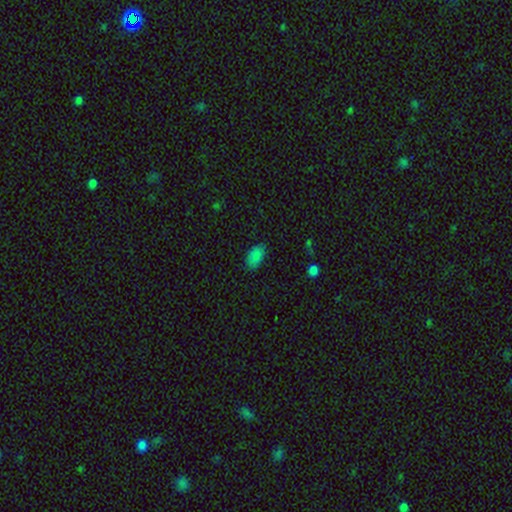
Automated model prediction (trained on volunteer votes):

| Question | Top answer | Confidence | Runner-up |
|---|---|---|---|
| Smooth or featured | smooth | 84% | star or artifact (12%) |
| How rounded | in between | 93% | round (5%) |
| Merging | none | 81% | minor disturbance (14%) |